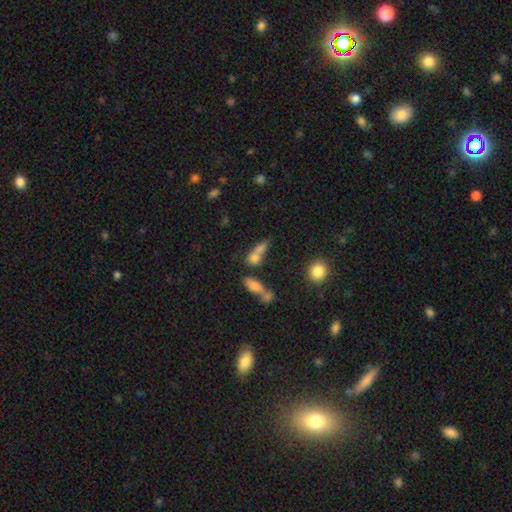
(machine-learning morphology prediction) smooth 69%, featured or disk 17%, star or artifact 14%. Down the decision tree: how rounded — in between (53%); merging — merger (53%).